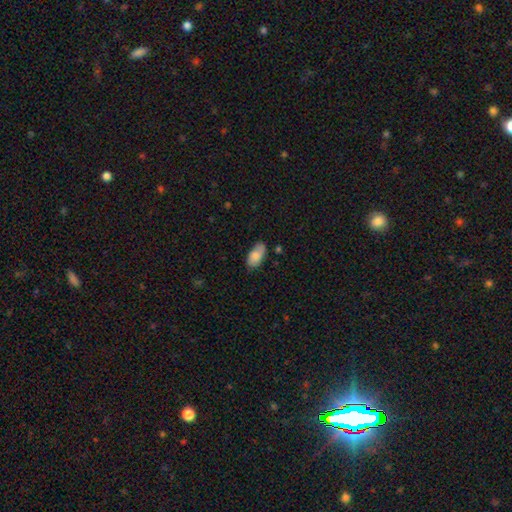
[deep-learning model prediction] smooth 81%, featured or disk 12%, star or artifact 7%. Down the decision tree: how rounded — in between (93%); merging — none (72%).